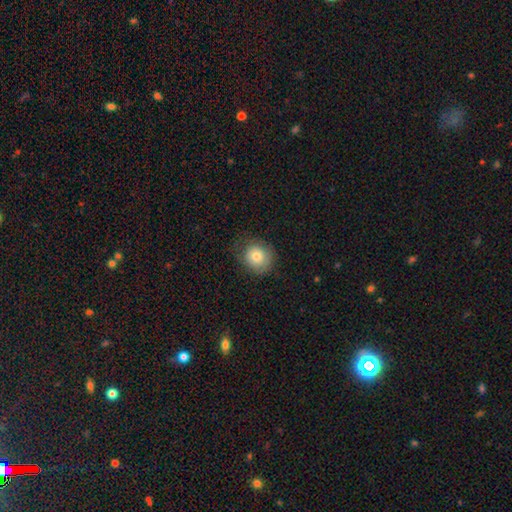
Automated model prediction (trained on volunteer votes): Morphology: type=smooth (78%); roundness=round (82%); merging=none (72%).